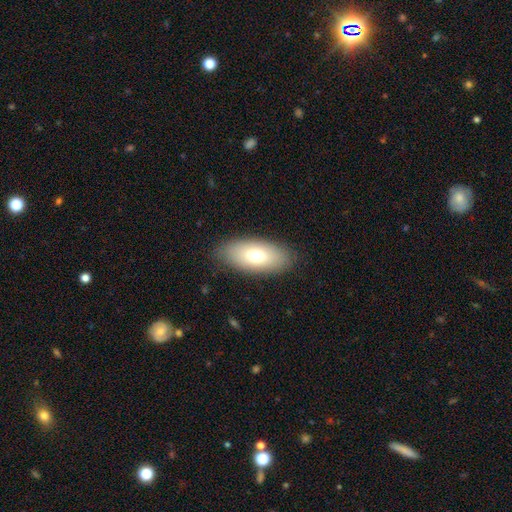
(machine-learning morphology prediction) This is likely a smooth galaxy (72%). How rounded: clearly in between (90%). Merging: clearly none (84%).